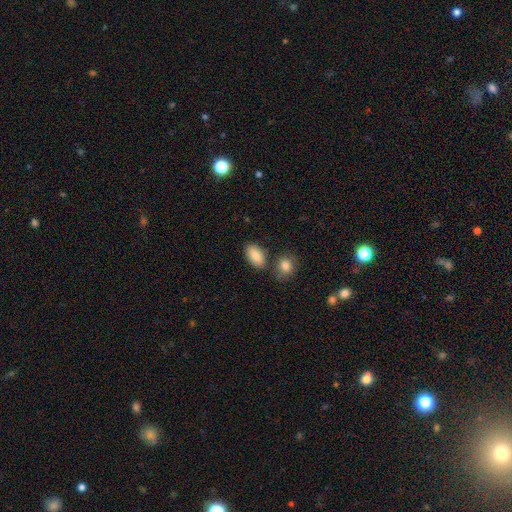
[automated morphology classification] smooth_or_featured: smooth (p=0.85) [alt: featured or disk p=0.08]
how_rounded: in between (p=0.92) [alt: round p=0.05]
merging: none (p=0.72) [alt: merger p=0.13]